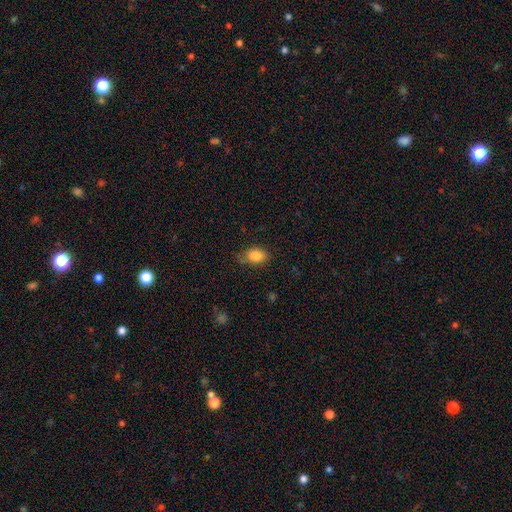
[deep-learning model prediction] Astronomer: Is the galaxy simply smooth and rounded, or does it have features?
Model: smooth — 84%.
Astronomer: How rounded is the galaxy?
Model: in between — 83%.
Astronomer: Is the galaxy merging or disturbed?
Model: none — 69%.